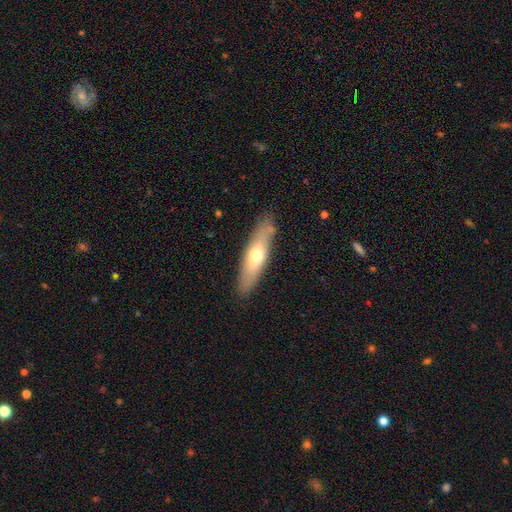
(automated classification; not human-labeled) A smooth galaxy with no disk features (56%) that is cigar-shaped (68%). Merging: none (83%).